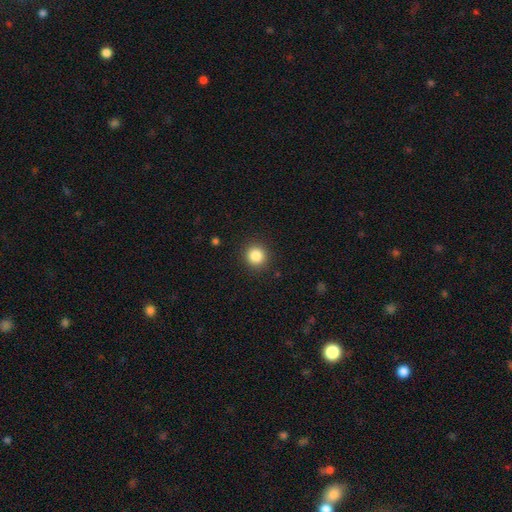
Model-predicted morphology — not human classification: Smooth or featured? smooth (85%)
How rounded? round (93%)
Merging? none (91%)